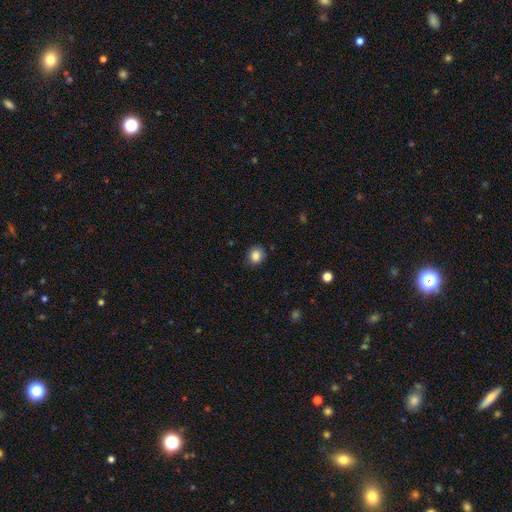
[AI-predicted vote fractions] A smooth galaxy with no disk features (86%) that is round (78%).

Vote fractions:
- Smooth or featured? smooth: 86% / star or artifact: 10% / featured or disk: 5%
- How rounded? round: 78% / in between: 21% / cigar-shaped: 1%
- Merging? none: 86% / minor disturbance: 10% / major disturbance: 2% / merger: 1%